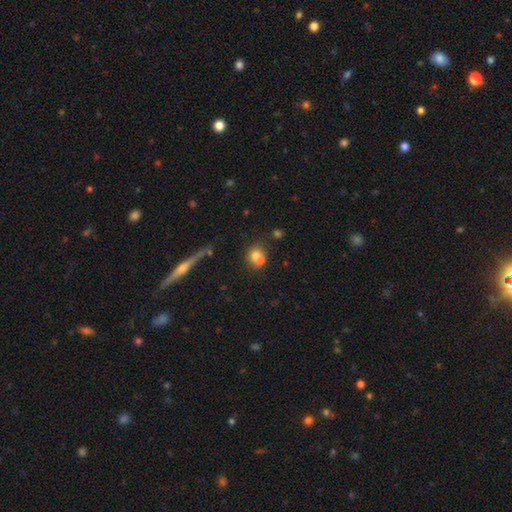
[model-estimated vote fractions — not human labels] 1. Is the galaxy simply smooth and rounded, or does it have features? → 66% smooth, 21% featured or disk, 13% star or artifact.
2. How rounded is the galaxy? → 75% round, 23% in between, 2% cigar-shaped.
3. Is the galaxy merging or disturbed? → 53% merger, 35% none, 7% minor disturbance, 4% major disturbance.